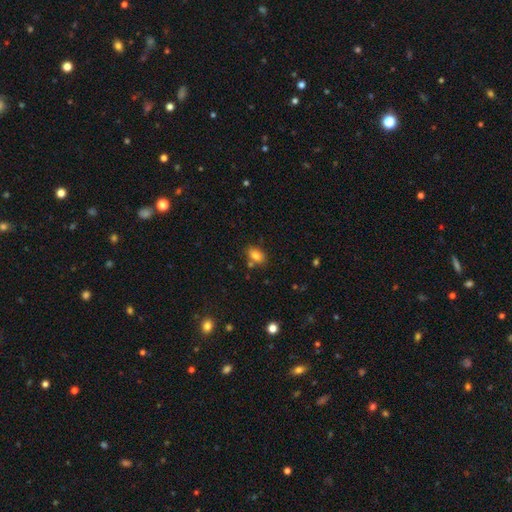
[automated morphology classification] The model was most divided on "merging": none: 71%, minor disturbance: 14%, merger: 11%, major disturbance: 3%. More confident: how rounded — in between (83%); smooth or featured — smooth (81%).